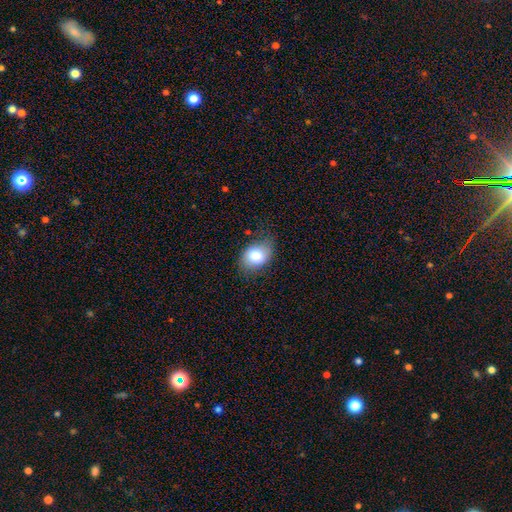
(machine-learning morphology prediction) smooth_or_featured: smooth (p=0.78) [alt: featured or disk p=0.15]
how_rounded: in between (p=0.75) [alt: round p=0.24]
merging: none (p=0.66) [alt: minor disturbance p=0.26]